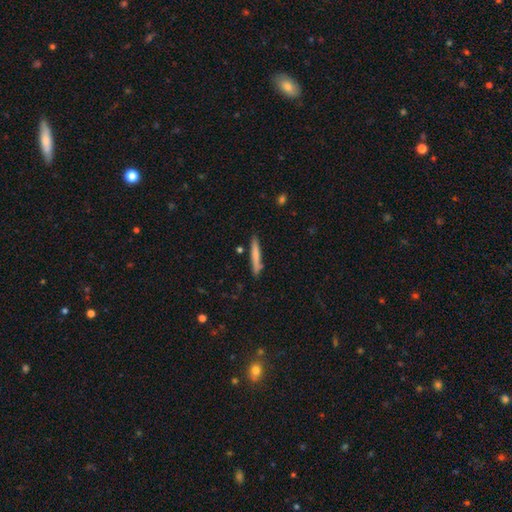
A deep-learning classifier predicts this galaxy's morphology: smooth_or_featured: smooth (p=0.72) [alt: featured or disk p=0.22]
how_rounded: cigar-shaped (p=0.96) [alt: in between p=0.03]
merging: none (p=0.84) [alt: minor disturbance p=0.11]